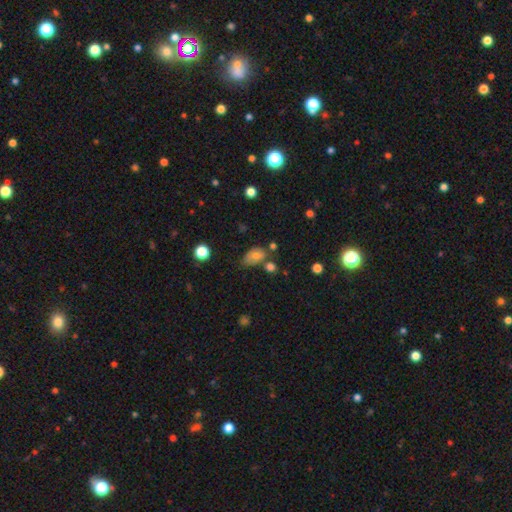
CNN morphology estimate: Q: Smooth or featured?
A: smooth (70%); runner-up: featured or disk (17%)
Q: How rounded?
A: in between (86%); runner-up: round (12%)
Q: Merging?
A: none (52%); runner-up: minor disturbance (28%)